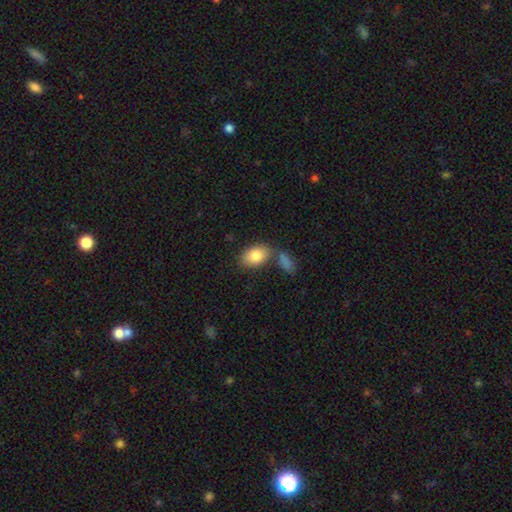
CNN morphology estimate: Smooth or featured? Predicted: smooth (p=0.84). How rounded? Predicted: in between (p=0.88). Merging? Predicted: none (p=0.57).